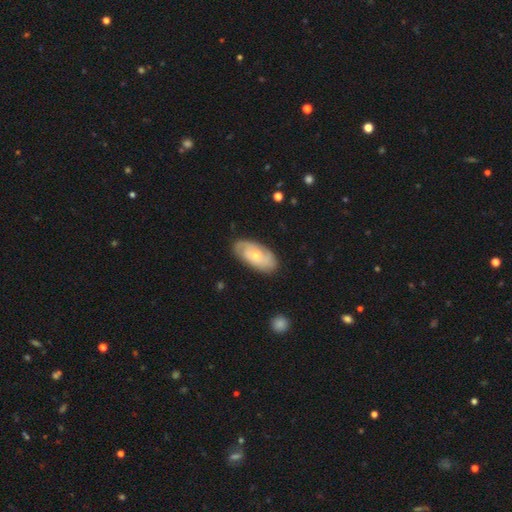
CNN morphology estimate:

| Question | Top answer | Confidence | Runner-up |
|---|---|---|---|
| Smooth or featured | featured or disk | 63% | smooth (32%) |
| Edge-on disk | no | 93% | yes (7%) |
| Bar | no | 74% | weak (23%) |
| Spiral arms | yes | 86% | no (14%) |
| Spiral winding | tight | 57% | medium (32%) |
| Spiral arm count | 2 | 46% | can't tell (33%) |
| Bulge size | small | 58% | moderate (38%) |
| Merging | none | 80% | minor disturbance (15%) |